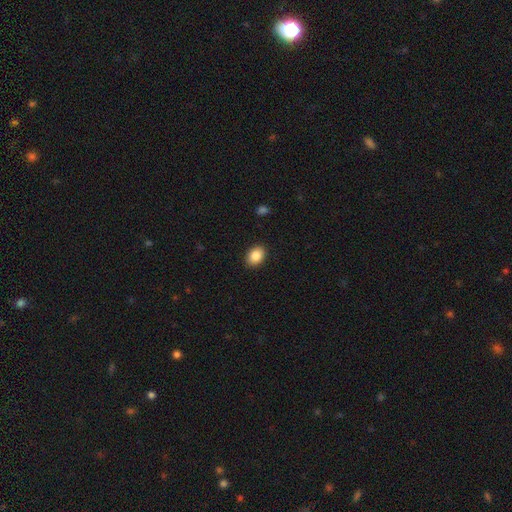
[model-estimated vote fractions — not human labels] Q: Smooth or featured?
A: smooth (87%); runner-up: star or artifact (8%)
Q: How rounded?
A: in between (74%); runner-up: round (25%)
Q: Merging?
A: none (90%); runner-up: minor disturbance (7%)